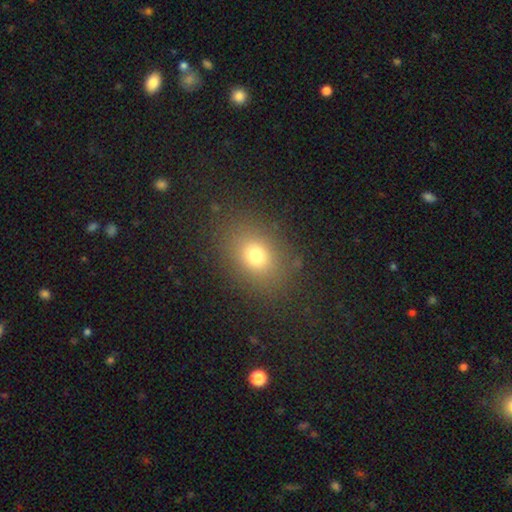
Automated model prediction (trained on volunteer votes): Q: Smooth or featured?
A: smooth (74%); runner-up: star or artifact (16%)
Q: How rounded?
A: in between (58%); runner-up: round (41%)
Q: Merging?
A: none (83%); runner-up: minor disturbance (10%)